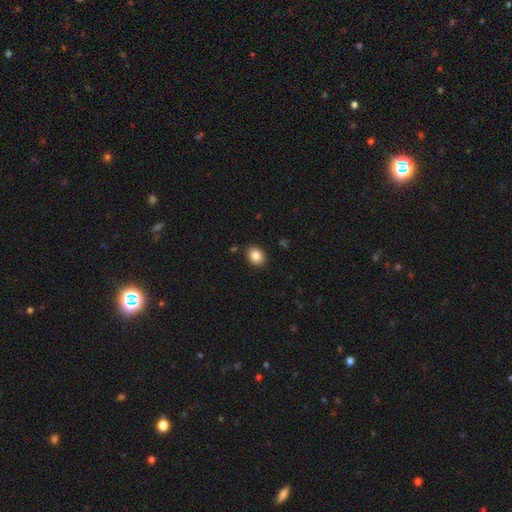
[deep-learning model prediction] The model was most divided on "how rounded": in between: 57%, round: 42%, cigar-shaped: 1%. More confident: merging — none (88%); smooth or featured — smooth (85%).